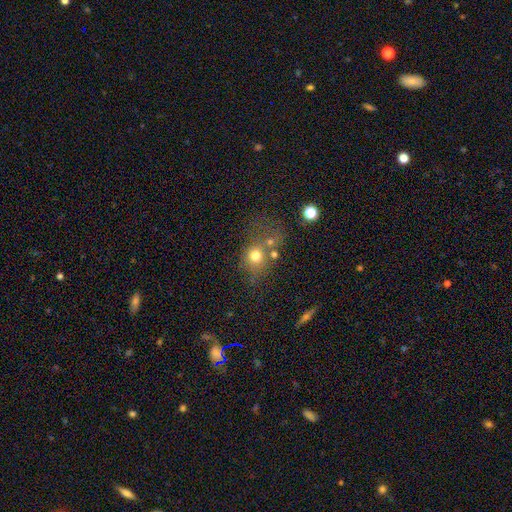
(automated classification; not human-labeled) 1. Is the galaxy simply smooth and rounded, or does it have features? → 69% smooth, 16% star or artifact, 15% featured or disk.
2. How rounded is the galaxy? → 70% round, 28% in between, 2% cigar-shaped.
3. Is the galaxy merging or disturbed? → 42% none, 27% merger, 16% minor disturbance, 15% major disturbance.